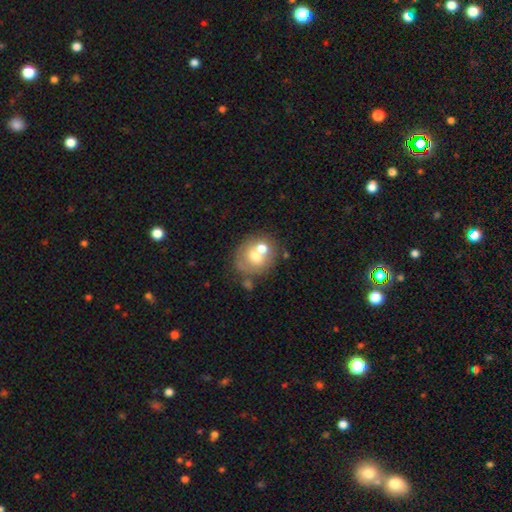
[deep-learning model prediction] Overall: smooth (59%; featured or disk 30%). How rounded: round (76%). Merging: none (47%; merger 36%).